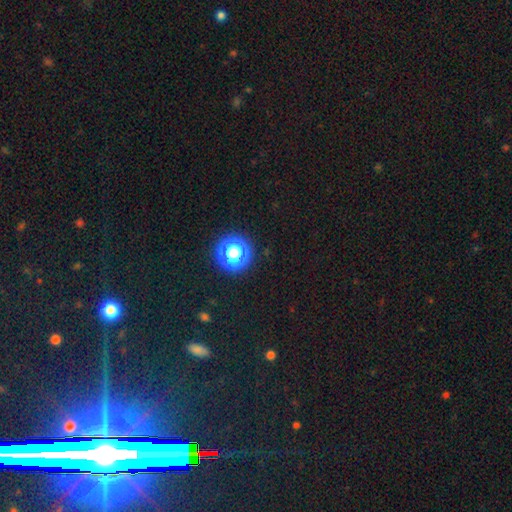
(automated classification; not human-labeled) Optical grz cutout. It shows a star or artifact, not a galaxy (74%).